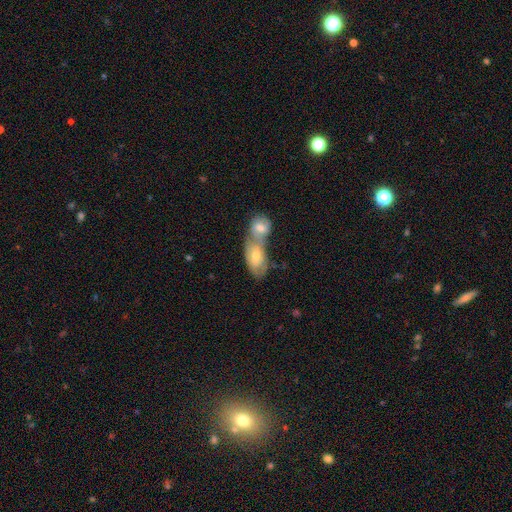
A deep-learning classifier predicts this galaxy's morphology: A smooth galaxy with no disk features (49%).

Vote fractions:
- Smooth or featured? smooth: 49% / featured or disk: 42% / star or artifact: 9%
- Merging? merger: 68% / none: 21% / minor disturbance: 7% / major disturbance: 3%